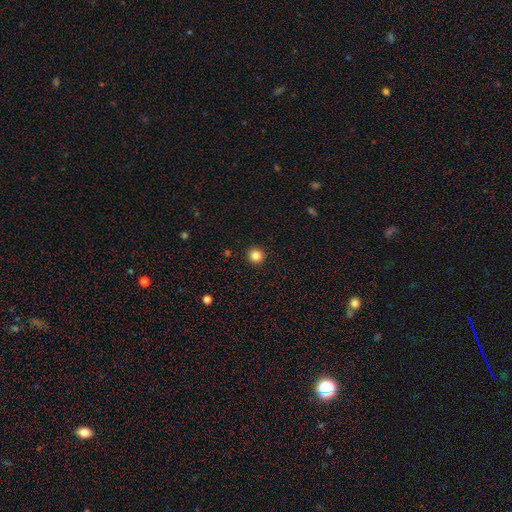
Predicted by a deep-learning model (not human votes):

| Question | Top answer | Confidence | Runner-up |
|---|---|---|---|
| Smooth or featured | smooth | 85% | star or artifact (11%) |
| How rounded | round | 95% | in between (4%) |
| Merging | none | 93% | minor disturbance (4%) |